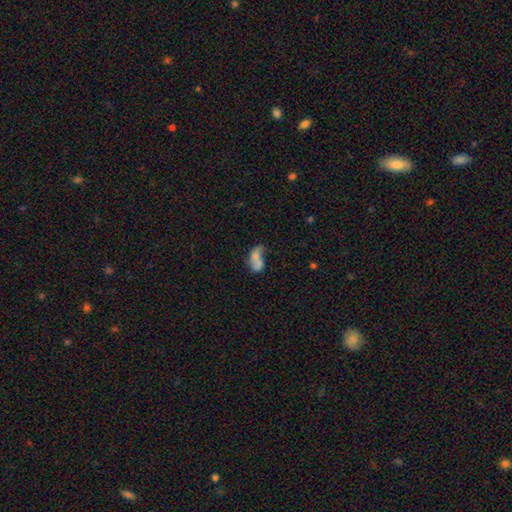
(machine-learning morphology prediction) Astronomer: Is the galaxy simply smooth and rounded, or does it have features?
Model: smooth — 62%.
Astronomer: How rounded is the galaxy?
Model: in between — 87%.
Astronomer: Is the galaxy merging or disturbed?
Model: merger — 39% (runner-up: none, 23%).